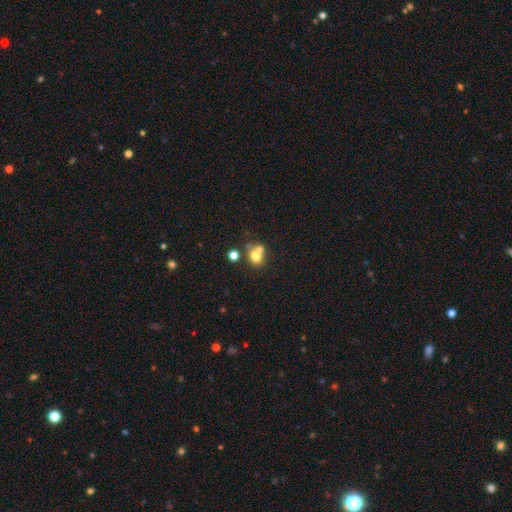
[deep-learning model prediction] smooth_or_featured: smooth (p=0.72) [alt: featured or disk p=0.15]
how_rounded: round (p=0.68) [alt: in between p=0.31]
merging: merger (p=0.44) [alt: none p=0.42]